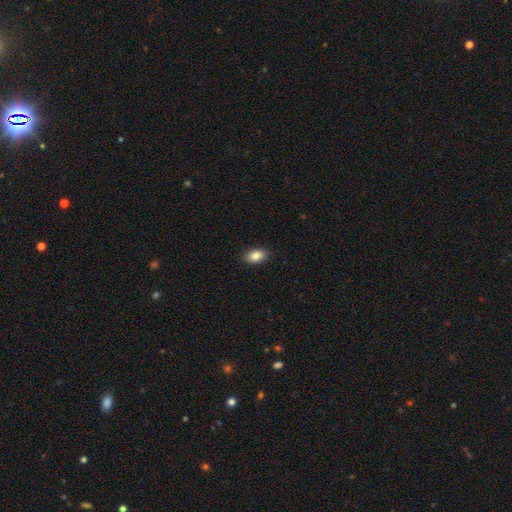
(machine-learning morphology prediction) Overall: smooth (87%). How rounded: in between (90%). Merging: none (89%).